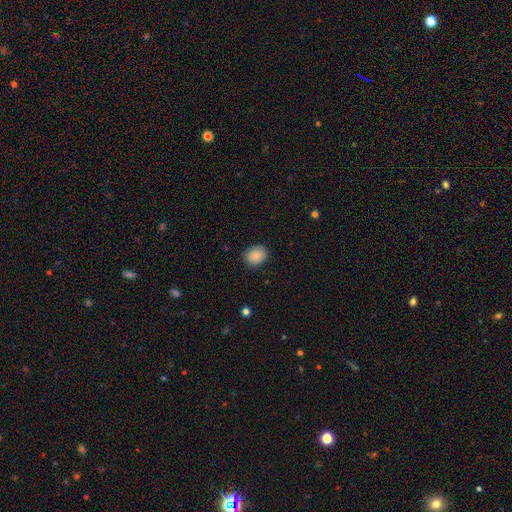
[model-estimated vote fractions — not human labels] Smooth or featured: smooth — 87% (star or artifact — 8%)
How rounded: round — 53% (in between — 47%)
Merging: none — 85% (minor disturbance — 11%)